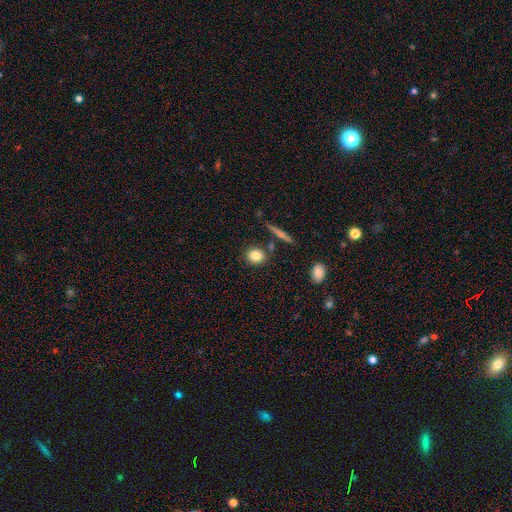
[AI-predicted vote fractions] Morphology: type=smooth (82%); roundness=round (67%); merging=none (80%).